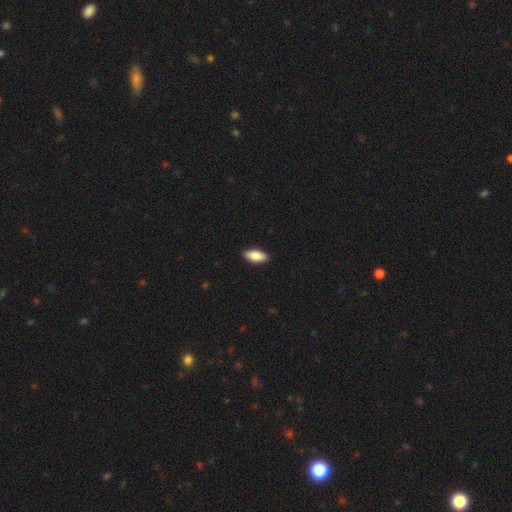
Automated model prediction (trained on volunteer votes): A smooth galaxy with no disk features (85%) that is in between round and cigar-shaped (84%). Merging: none (90%).